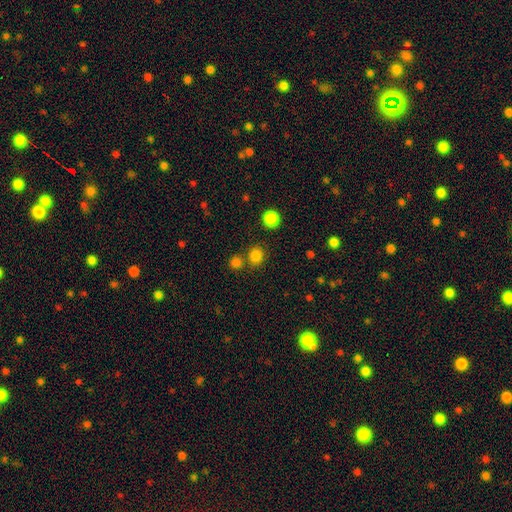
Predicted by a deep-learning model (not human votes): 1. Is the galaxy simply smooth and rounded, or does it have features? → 81% smooth, 15% star or artifact, 4% featured or disk.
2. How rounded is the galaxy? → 82% round, 17% in between, 1% cigar-shaped.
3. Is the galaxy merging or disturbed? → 74% none, 15% merger, 7% minor disturbance, 3% major disturbance.